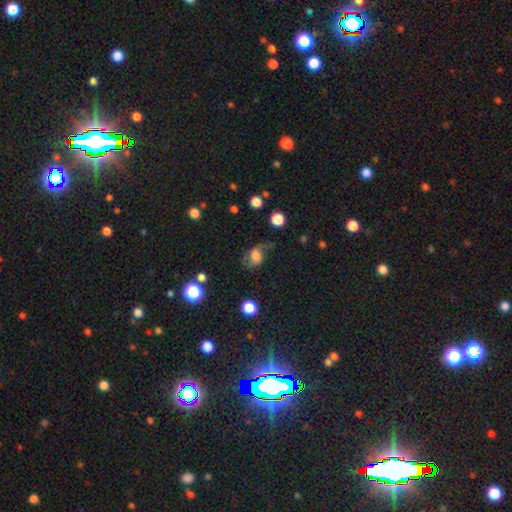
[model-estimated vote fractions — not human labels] Smooth or featured?
  - smooth: 57% *
  - featured or disk: 30%
  - star or artifact: 13%
How rounded?
  - in between: 63% *
  - round: 35%
  - cigar-shaped: 2%
Merging?
  - none: 39% *
  - major disturbance: 31%
  - minor disturbance: 27%
  - merger: 3%